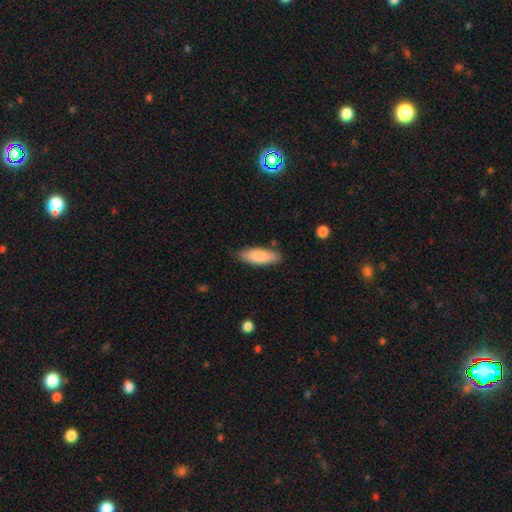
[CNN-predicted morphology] Smooth or featured? smooth (84%)
How rounded? in between (60%)
Merging? none (83%)